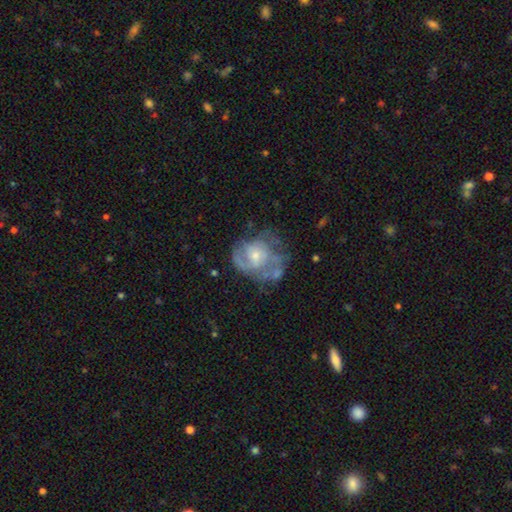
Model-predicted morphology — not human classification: A featured or disk galaxy (73%) with no bar (74%), tight (44%) spiral arms (74%) and a small central bulge (50%).

Vote fractions:
- Smooth or featured? featured or disk: 73% / smooth: 19% / star or artifact: 8%
- Edge-on disk? no: 98% / yes: 2%
- Bar? no: 74% / weak: 22% / strong: 3%
- Spiral arms? yes: 74% / no: 26%
- Spiral winding? tight: 44% / medium: 38% / loose: 17%
- Spiral arm count? can't tell: 37% / 2: 29% / 3: 15% / 1: 11% / 4: 4% / more than 4: 3%
- Bulge size? small: 50% / moderate: 42% / none: 4% / large: 3% / dominant: 1%
- Merging? none: 44% / minor disturbance: 24% / major disturbance: 23% / merger: 8%